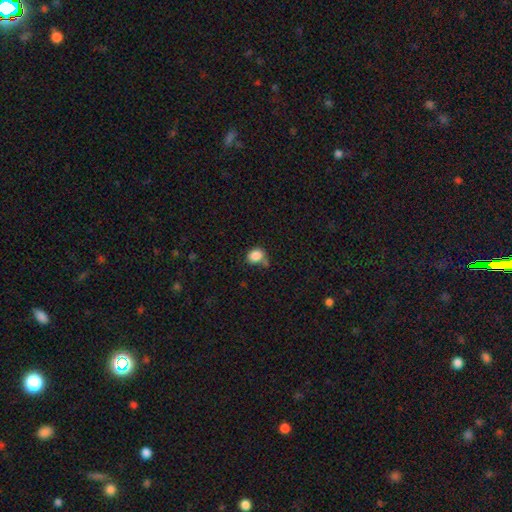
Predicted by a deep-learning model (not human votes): Q: Smooth or featured?
A: smooth (86%); runner-up: star or artifact (9%)
Q: How rounded?
A: in between (50%); runner-up: round (49%)
Q: Merging?
A: none (56%); runner-up: minor disturbance (23%)